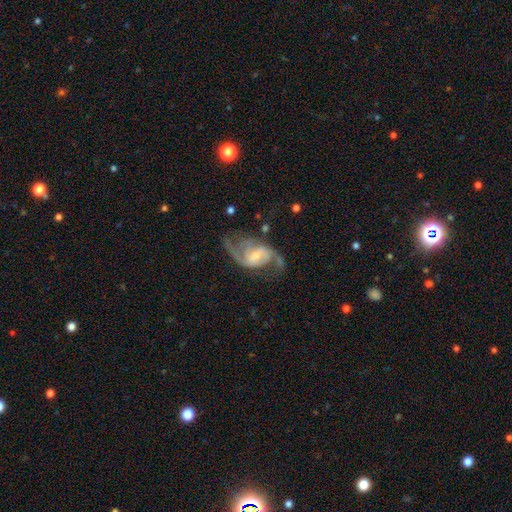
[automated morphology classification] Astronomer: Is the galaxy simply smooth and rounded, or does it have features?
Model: featured or disk — 86%.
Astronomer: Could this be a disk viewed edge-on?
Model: no — 97%.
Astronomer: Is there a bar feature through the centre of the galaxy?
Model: weak — 52% (runner-up: no, 30%).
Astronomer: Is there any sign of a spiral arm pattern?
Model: yes — 95%.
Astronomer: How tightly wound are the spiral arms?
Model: loose — 46% (runner-up: medium, 43%).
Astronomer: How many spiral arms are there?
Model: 2 — 84%.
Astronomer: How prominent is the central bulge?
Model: small — 51% (runner-up: moderate, 36%).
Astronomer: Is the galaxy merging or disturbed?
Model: none — 52%.